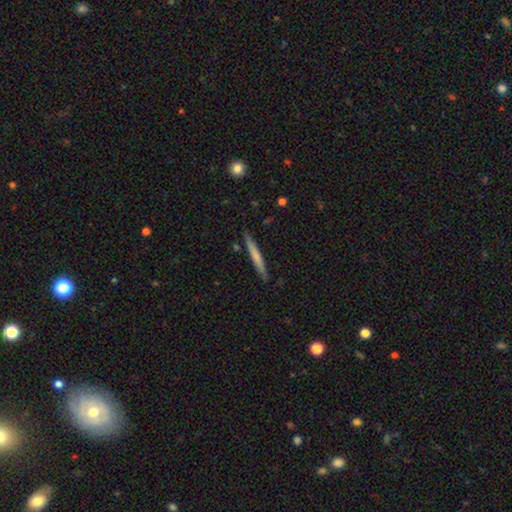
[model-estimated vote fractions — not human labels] smooth 58%, featured or disk 37%, star or artifact 5%. Down the decision tree: how rounded — cigar-shaped (96%); merging — none (88%).